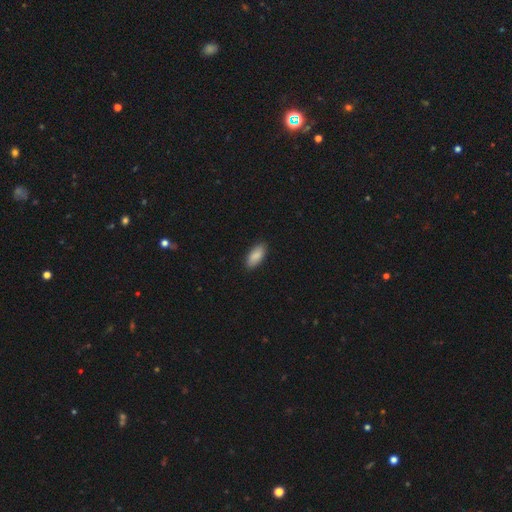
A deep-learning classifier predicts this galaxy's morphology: Overall: smooth (89%). How rounded: in between (87%). Merging: none (88%).